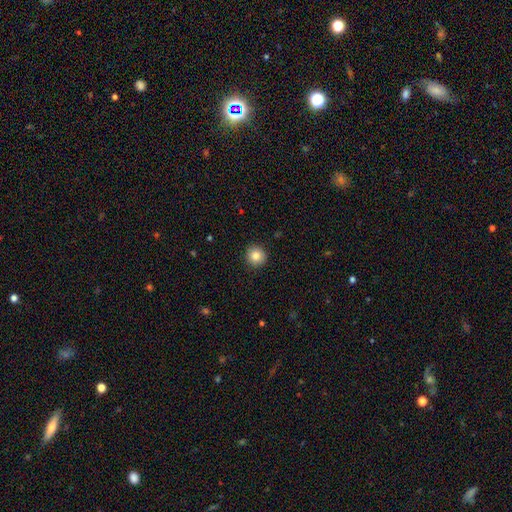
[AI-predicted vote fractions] This is clearly a smooth galaxy (84%). How rounded: clearly round (94%). Merging: clearly none (92%).